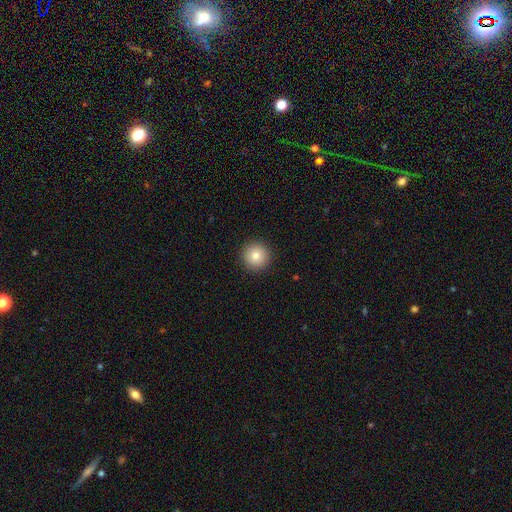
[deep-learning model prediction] Smooth or featured? Predicted: smooth (p=0.82). How rounded? Predicted: round (p=0.96). Merging? Predicted: none (p=0.93).